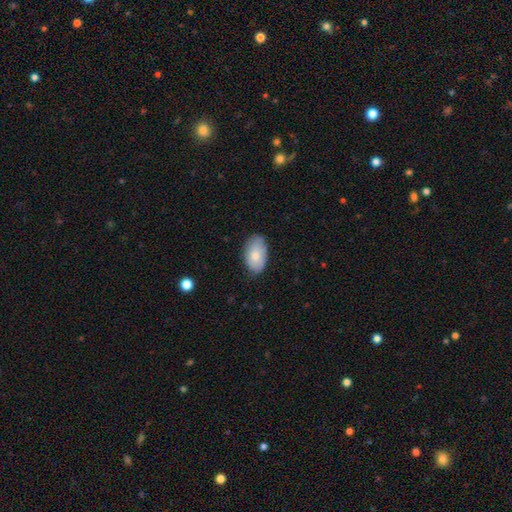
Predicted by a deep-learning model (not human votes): This appears to be a smooth galaxy with no disk features (79%) that is in between round and cigar-shaped (93%). Merging: none (75%).